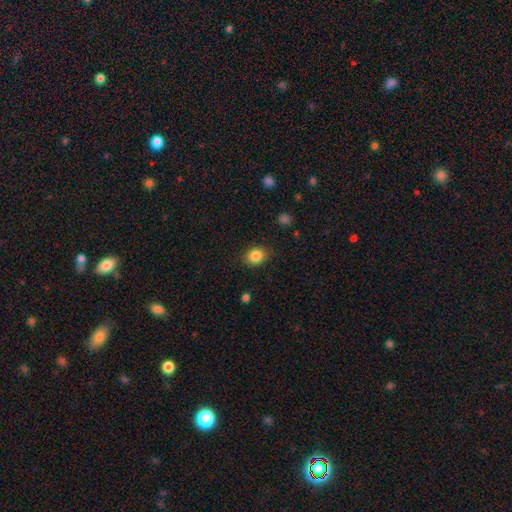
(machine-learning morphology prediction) smooth 86%, star or artifact 9%, featured or disk 5%. Down the decision tree: how rounded — round (56%); merging — none (84%).